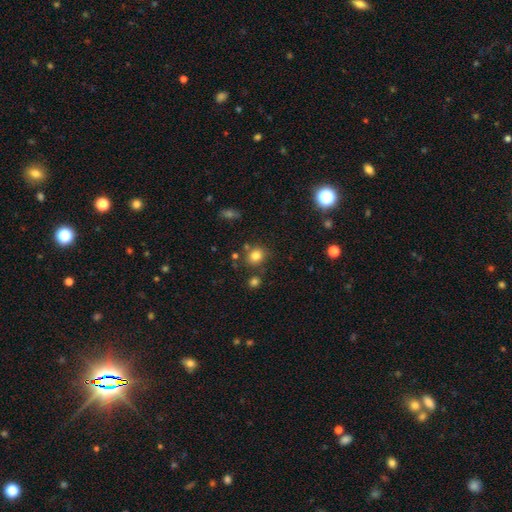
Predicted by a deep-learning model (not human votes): smooth 80%, star or artifact 13%, featured or disk 7%. Down the decision tree: how rounded — round (76%); merging — none (75%).